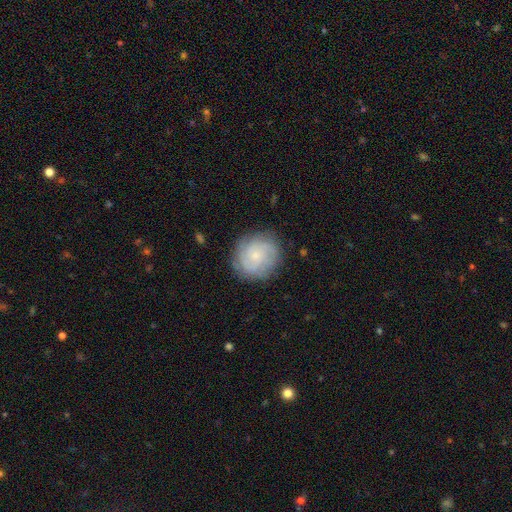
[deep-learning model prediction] Smooth or featured? featured or disk (63%)
Edge-on disk? no (98%)
Bar? no (77%)
Spiral arms? yes (92%)
Spiral winding? tight (61%)
Spiral arm count? can't tell (34%)
Bulge size? small (72%)
Merging? none (81%)